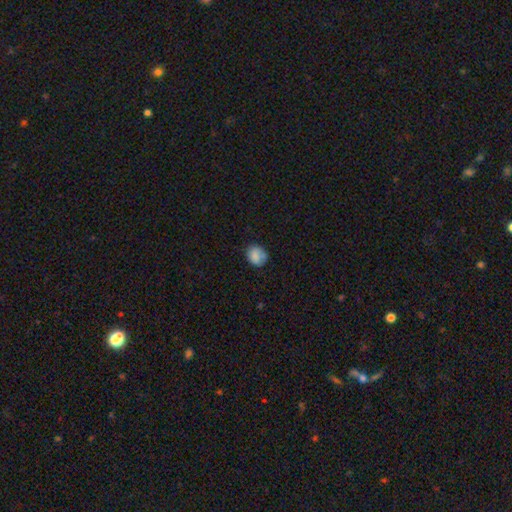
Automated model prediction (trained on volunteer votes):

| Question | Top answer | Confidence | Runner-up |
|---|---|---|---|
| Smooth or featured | smooth | 84% | star or artifact (8%) |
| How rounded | round | 61% | in between (39%) |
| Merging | none | 72% | minor disturbance (22%) |